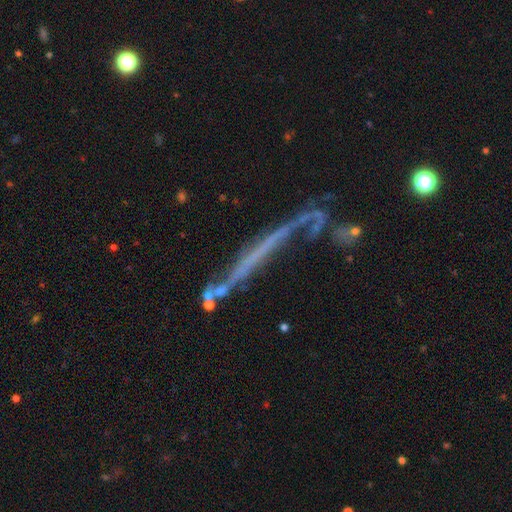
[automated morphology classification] This appears to be a featured or disk galaxy (63%) viewed edge-on (72%). Merging: none (40%).